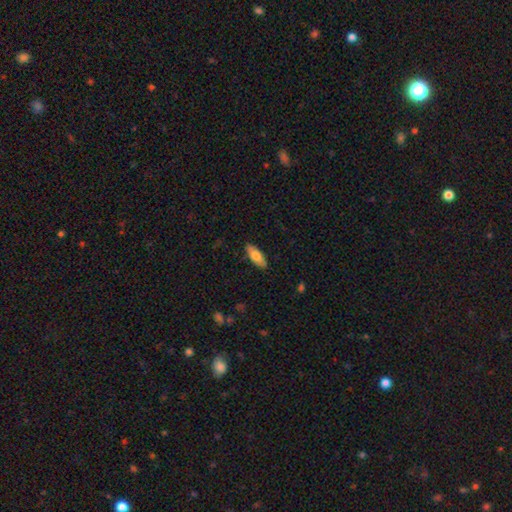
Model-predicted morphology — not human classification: The model was most divided on "how rounded": in between: 71%, cigar-shaped: 27%, round: 2%. More confident: merging — none (87%); smooth or featured — smooth (74%).